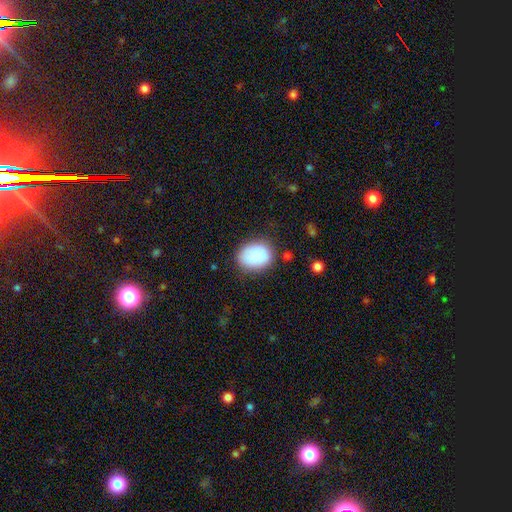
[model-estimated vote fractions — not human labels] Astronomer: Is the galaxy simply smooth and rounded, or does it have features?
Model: smooth — 87%.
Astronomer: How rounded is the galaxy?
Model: in between — 61% (runner-up: round, 38%).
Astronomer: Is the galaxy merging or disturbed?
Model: none — 77%.